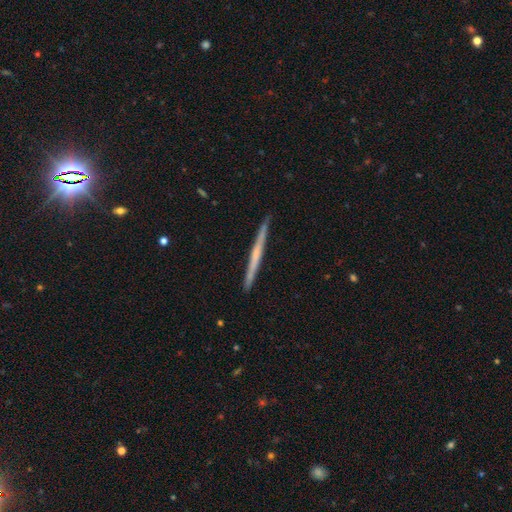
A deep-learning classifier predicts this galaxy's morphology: type=featured or disk (59%); edge-on=yes (98%); edge-on bulge=none (79%); merging=none (90%).